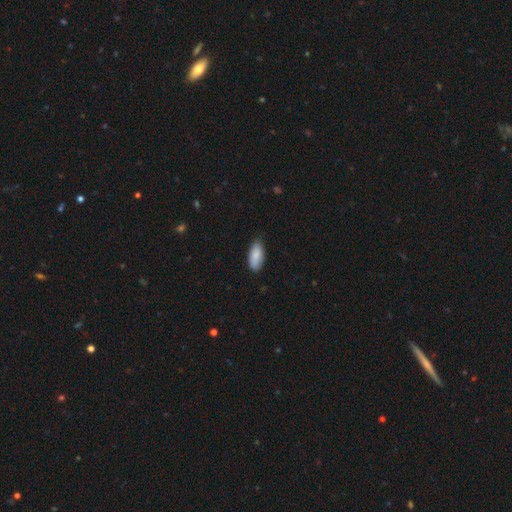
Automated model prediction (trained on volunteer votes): Q: Smooth or featured?
A: smooth (87%); runner-up: featured or disk (7%)
Q: How rounded?
A: in between (90%); runner-up: cigar-shaped (8%)
Q: Merging?
A: none (80%); runner-up: minor disturbance (17%)